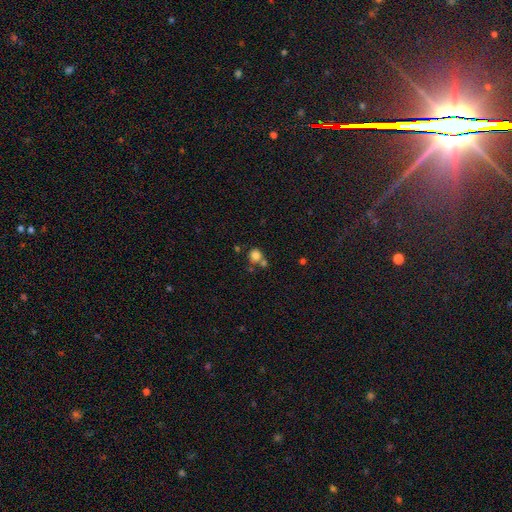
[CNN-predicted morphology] A smooth galaxy with no disk features (80%) that is round (87%).

Vote fractions:
- Smooth or featured? smooth: 80% / star or artifact: 13% / featured or disk: 7%
- How rounded? round: 87% / in between: 12% / cigar-shaped: 1%
- Merging? none: 56% / merger: 30% / minor disturbance: 10% / major disturbance: 4%